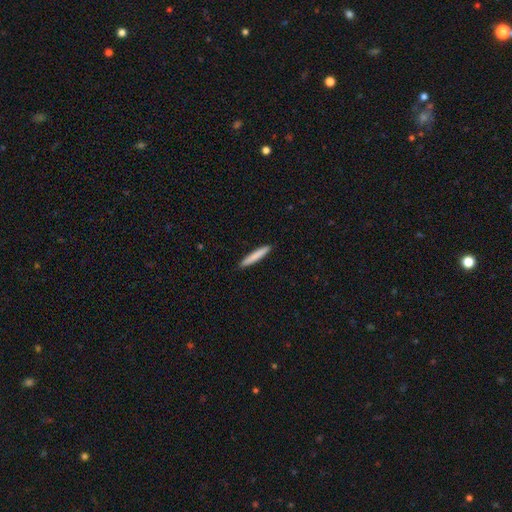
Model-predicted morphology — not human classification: This appears to be a smooth galaxy with no disk features (81%) that is cigar-shaped (95%). Merging: none (92%).